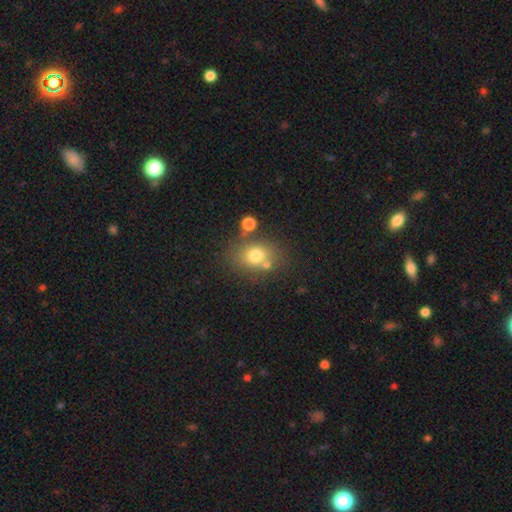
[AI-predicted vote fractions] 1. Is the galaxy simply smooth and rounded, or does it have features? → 74% smooth, 13% featured or disk, 13% star or artifact.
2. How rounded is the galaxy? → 51% round, 48% in between, 1% cigar-shaped.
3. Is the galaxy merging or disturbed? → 66% none, 14% merger, 14% minor disturbance, 6% major disturbance.